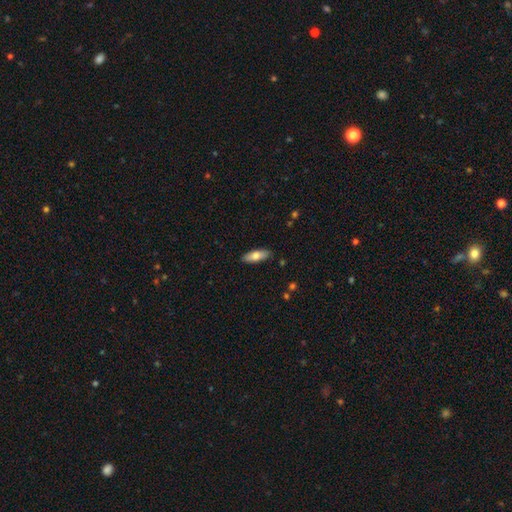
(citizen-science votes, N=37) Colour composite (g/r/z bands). It shows a featured or disk galaxy (51%) viewed edge-on (68%) with a rounded central bulge (92%). Merging: none (81%).